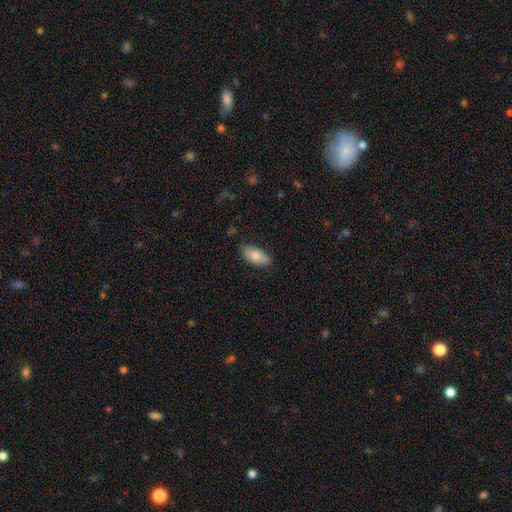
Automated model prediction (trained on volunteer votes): smooth_or_featured: smooth (p=0.78) [alt: featured or disk p=0.15]
how_rounded: in between (p=0.92) [alt: cigar-shaped p=0.05]
merging: none (p=0.83) [alt: minor disturbance p=0.14]